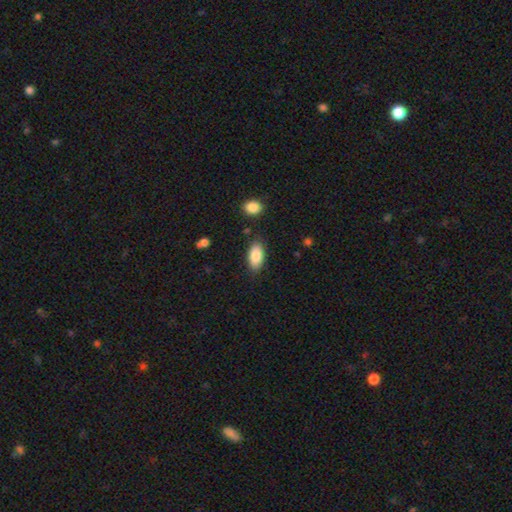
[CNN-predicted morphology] The model was most divided on "merging": none: 82%, minor disturbance: 12%, major disturbance: 3%, merger: 3%. More confident: how rounded — in between (92%); smooth or featured — smooth (86%).